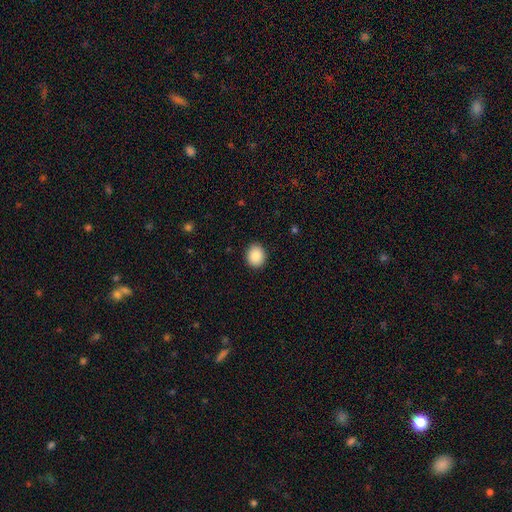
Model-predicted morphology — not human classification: Q: Smooth or featured?
A: smooth (87%); runner-up: star or artifact (8%)
Q: How rounded?
A: round (72%); runner-up: in between (27%)
Q: Merging?
A: none (91%); runner-up: minor disturbance (6%)